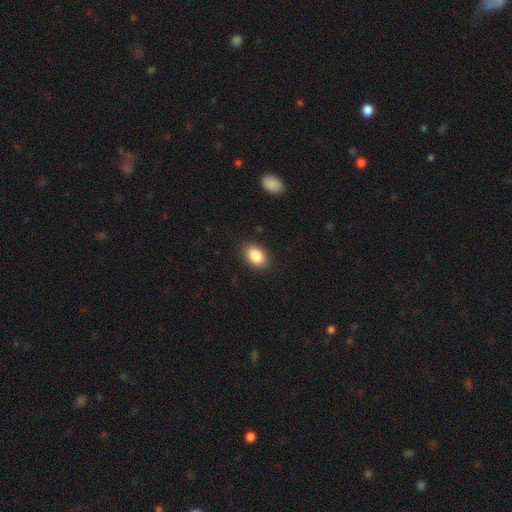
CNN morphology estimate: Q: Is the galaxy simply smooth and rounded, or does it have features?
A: smooth — 86%.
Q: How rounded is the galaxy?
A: in between — 86%.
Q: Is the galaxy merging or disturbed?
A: none — 88%.